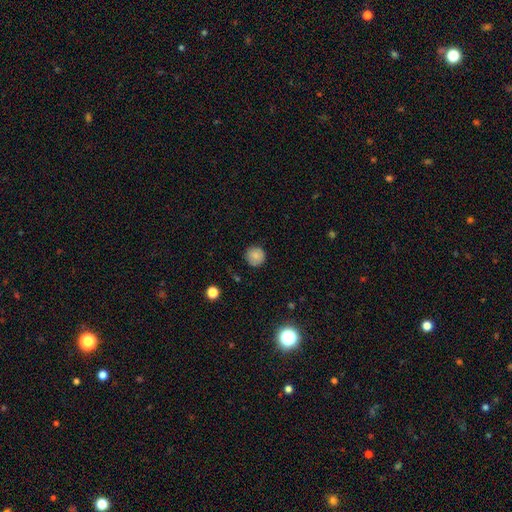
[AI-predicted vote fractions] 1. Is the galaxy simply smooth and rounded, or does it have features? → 83% smooth, 9% star or artifact, 8% featured or disk.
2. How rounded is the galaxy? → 94% round, 5% in between, 1% cigar-shaped.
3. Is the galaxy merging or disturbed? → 86% none, 10% minor disturbance, 2% major disturbance, 1% merger.